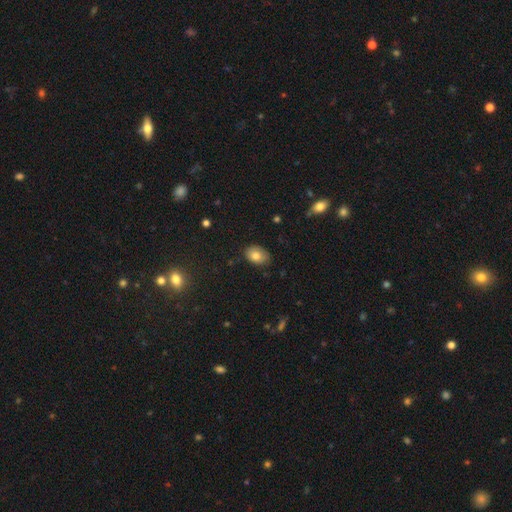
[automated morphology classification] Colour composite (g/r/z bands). It shows a smooth galaxy with no disk features (80%) that is in between round and cigar-shaped (79%). Merging: none (79%).